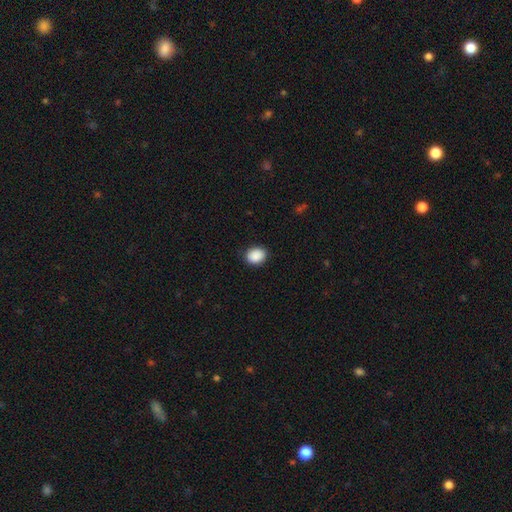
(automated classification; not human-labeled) Overall: smooth (90%). How rounded: in between (53%; round 46%). Merging: none (87%).